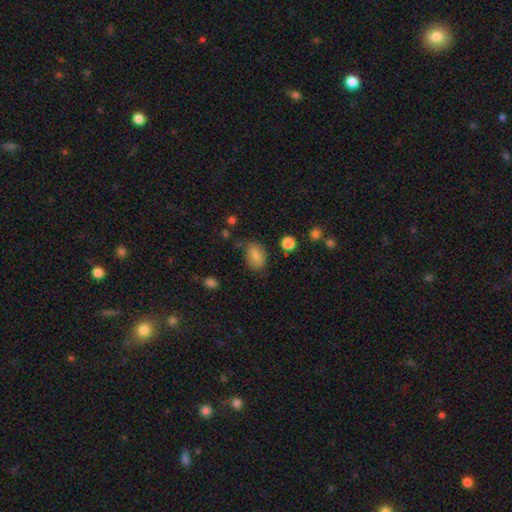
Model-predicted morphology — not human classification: type=smooth (81%); roundness=in between (84%); merging=none (75%).